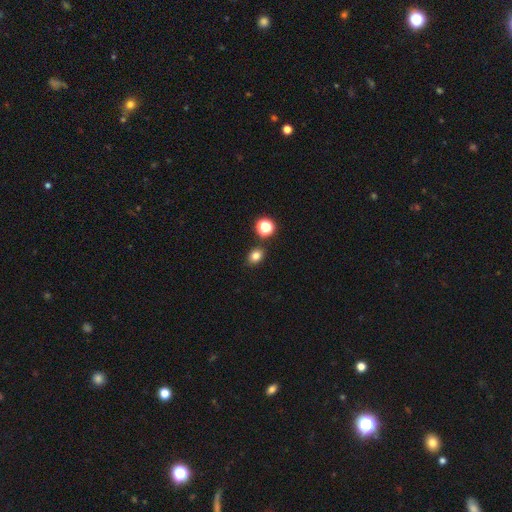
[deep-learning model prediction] Q: Smooth or featured?
A: smooth (79%); runner-up: star or artifact (15%)
Q: How rounded?
A: in between (55%); runner-up: round (44%)
Q: Merging?
A: none (82%); runner-up: minor disturbance (9%)